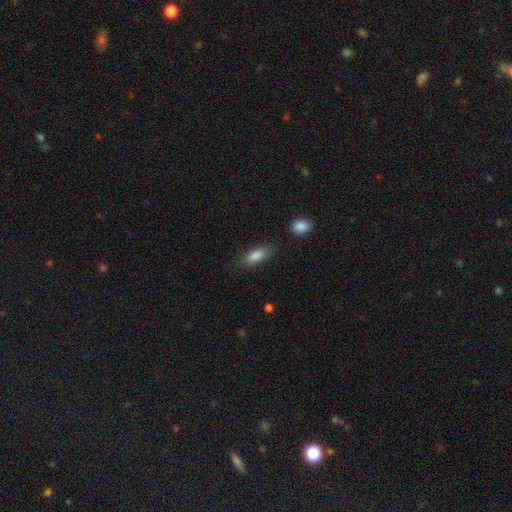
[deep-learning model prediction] Overall: smooth (84%). How rounded: in between (72%). Merging: none (80%).